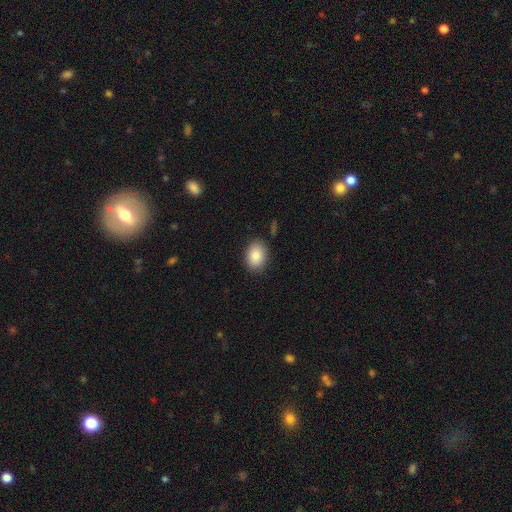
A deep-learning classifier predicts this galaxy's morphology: Smooth or featured?
  - smooth: 87% *
  - star or artifact: 7%
  - featured or disk: 6%
How rounded?
  - in between: 76% *
  - round: 23%
  - cigar-shaped: 1%
Merging?
  - none: 85% *
  - minor disturbance: 10%
  - major disturbance: 3%
  - merger: 2%